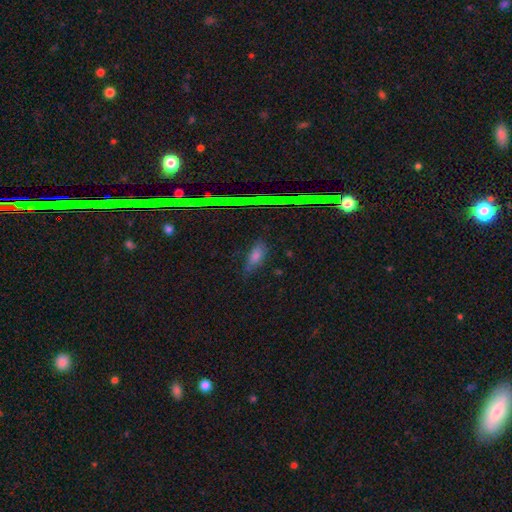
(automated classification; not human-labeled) Smooth or featured? Predicted: smooth (p=0.63). How rounded? Predicted: in between (p=0.72). Merging? Predicted: none (p=0.67).